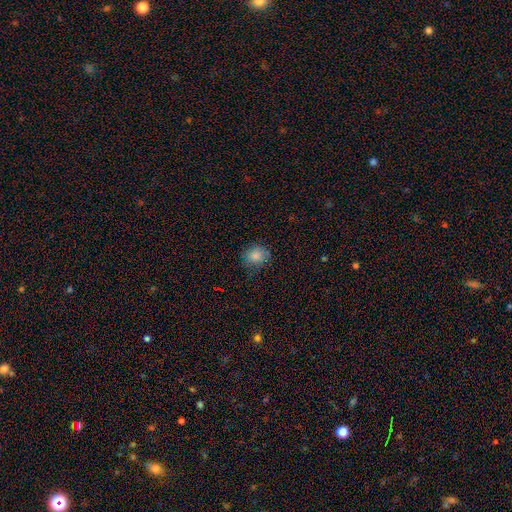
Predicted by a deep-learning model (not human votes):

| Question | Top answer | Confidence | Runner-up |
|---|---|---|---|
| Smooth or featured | smooth | 83% | star or artifact (12%) |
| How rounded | round | 80% | in between (19%) |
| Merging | none | 80% | minor disturbance (15%) |